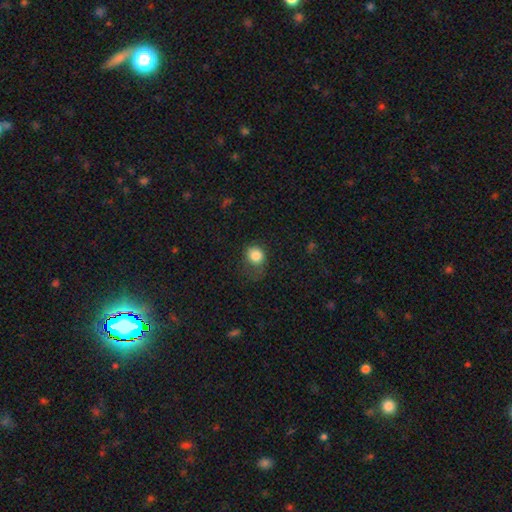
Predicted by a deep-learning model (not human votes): Smooth or featured?
  - smooth: 83% *
  - star or artifact: 10%
  - featured or disk: 7%
How rounded?
  - round: 69% *
  - in between: 30%
  - cigar-shaped: 1%
Merging?
  - none: 43% *
  - minor disturbance: 30%
  - major disturbance: 25%
  - merger: 2%